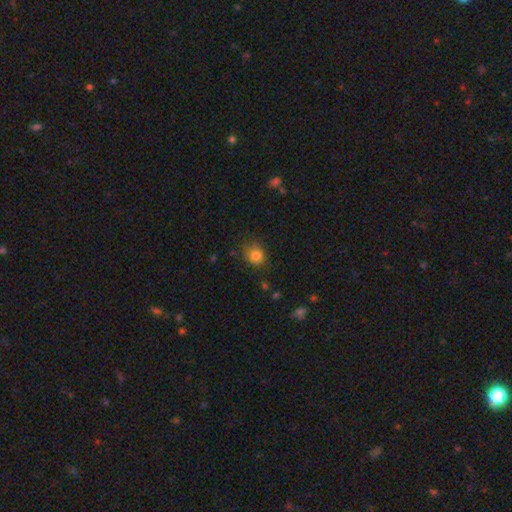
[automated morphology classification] The model was most divided on "merging": none: 74%, minor disturbance: 19%, major disturbance: 5%, merger: 2%. More confident: smooth or featured — smooth (82%); how rounded — round (79%).